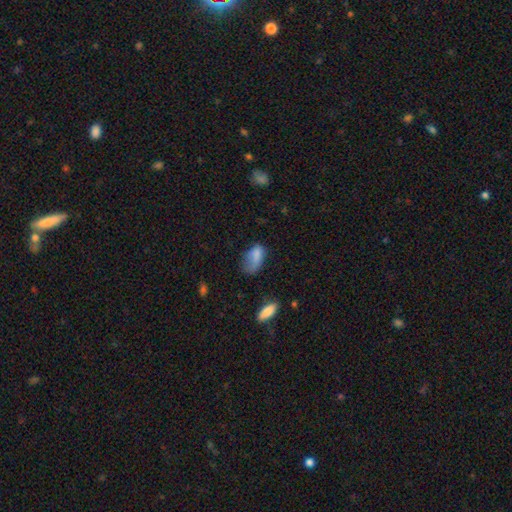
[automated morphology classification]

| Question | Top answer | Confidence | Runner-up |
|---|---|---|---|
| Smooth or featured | smooth | 77% | featured or disk (13%) |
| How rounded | in between | 89% | round (6%) |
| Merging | minor disturbance | 34% | none (32%) |